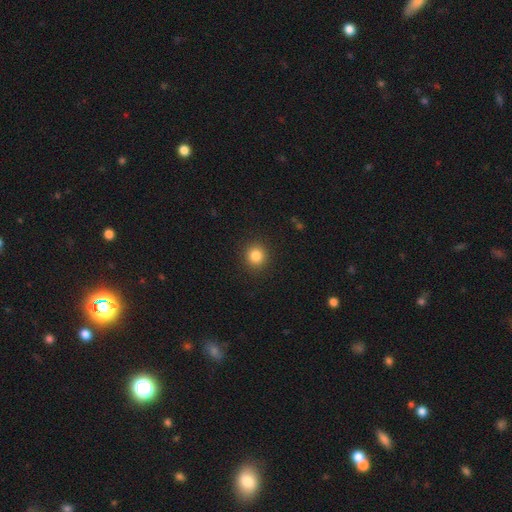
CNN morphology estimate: smooth_or_featured: smooth (p=0.84) [alt: star or artifact p=0.11]
how_rounded: round (p=0.91) [alt: in between p=0.08]
merging: none (p=0.92) [alt: minor disturbance p=0.05]